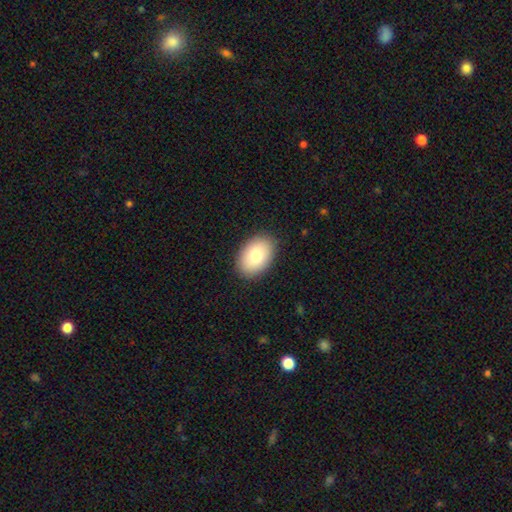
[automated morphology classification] A smooth galaxy with no disk features (81%) that is in between round and cigar-shaped (88%).

Vote fractions:
- Smooth or featured? smooth: 81% / featured or disk: 12% / star or artifact: 7%
- How rounded? in between: 88% / round: 11% / cigar-shaped: 1%
- Merging? none: 88% / minor disturbance: 8% / major disturbance: 2% / merger: 1%